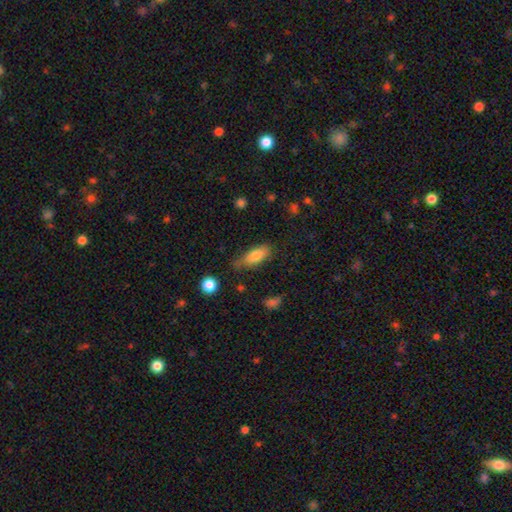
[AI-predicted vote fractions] Smooth or featured? smooth (78%)
How rounded? in between (75%)
Merging? none (64%)